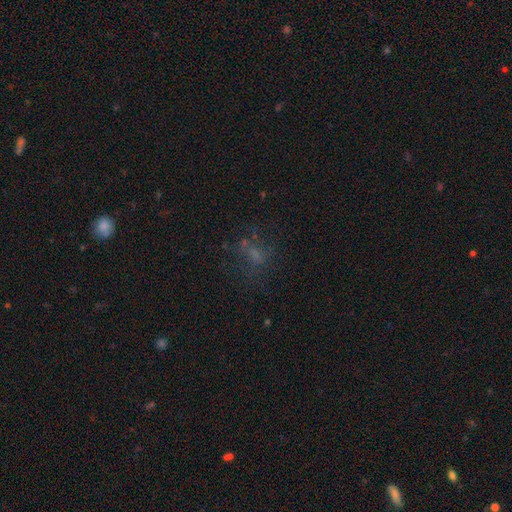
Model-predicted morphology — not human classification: Q: Smooth or featured?
A: smooth (44%); runner-up: star or artifact (30%)
Q: Merging?
A: none (53%); runner-up: major disturbance (24%)